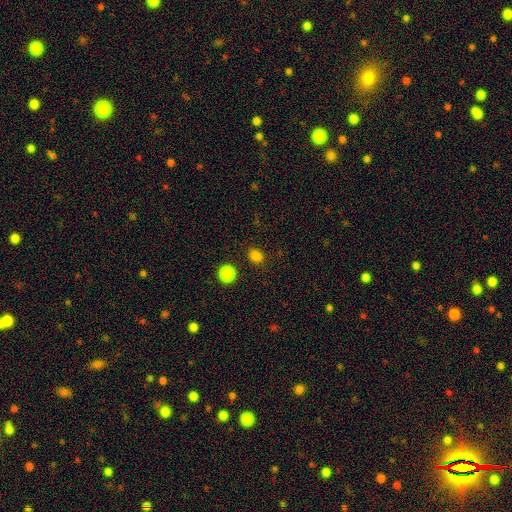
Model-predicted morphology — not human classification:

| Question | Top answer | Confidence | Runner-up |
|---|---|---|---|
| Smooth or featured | smooth | 82% | star or artifact (15%) |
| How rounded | round | 61% | in between (38%) |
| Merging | none | 86% | minor disturbance (8%) |